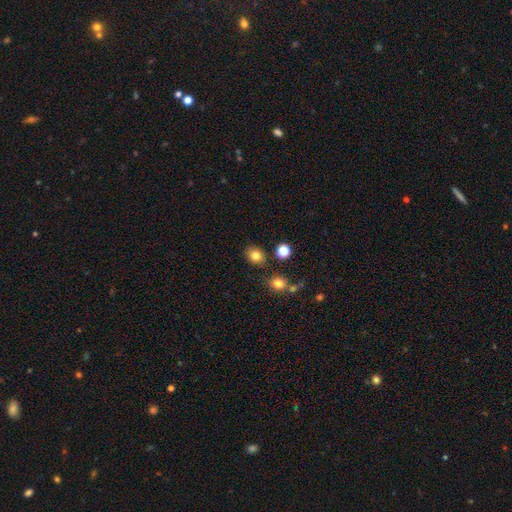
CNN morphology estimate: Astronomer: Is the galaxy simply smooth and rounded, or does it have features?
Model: smooth — 81%.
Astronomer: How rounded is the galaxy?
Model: round — 52% (runner-up: in between, 47%).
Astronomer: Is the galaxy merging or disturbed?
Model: none — 80%.